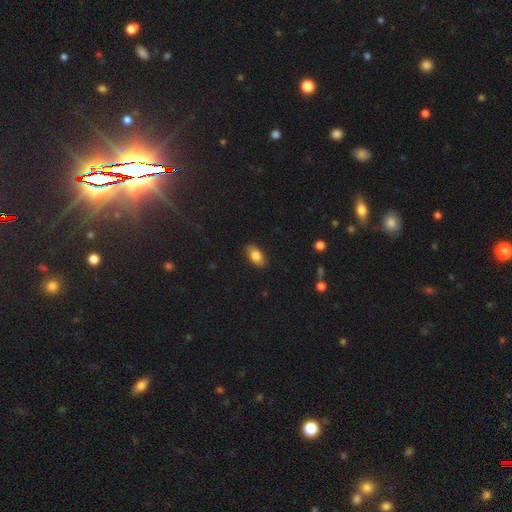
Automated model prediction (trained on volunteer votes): This appears to be a smooth galaxy with no disk features (81%) that is in between round and cigar-shaped (90%). Merging: none (86%).